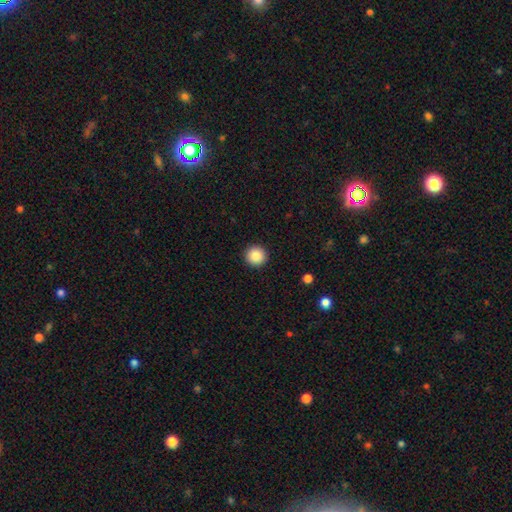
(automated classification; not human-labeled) smooth_or_featured: smooth (p=0.87) [alt: star or artifact p=0.09]
how_rounded: round (p=0.96) [alt: in between p=0.03]
merging: none (p=0.93) [alt: minor disturbance p=0.05]